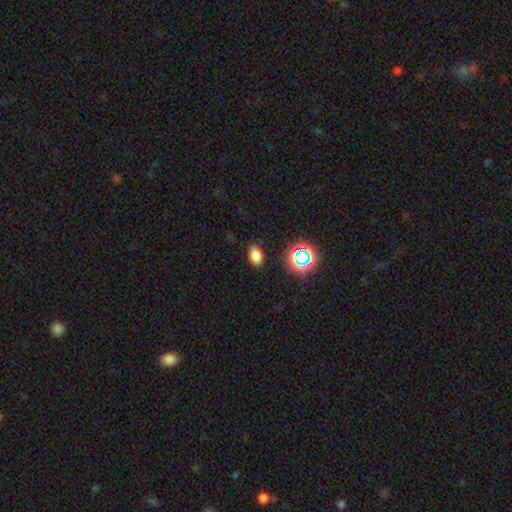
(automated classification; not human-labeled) Smooth or featured? smooth (77%)
How rounded? in between (86%)
Merging? none (86%)